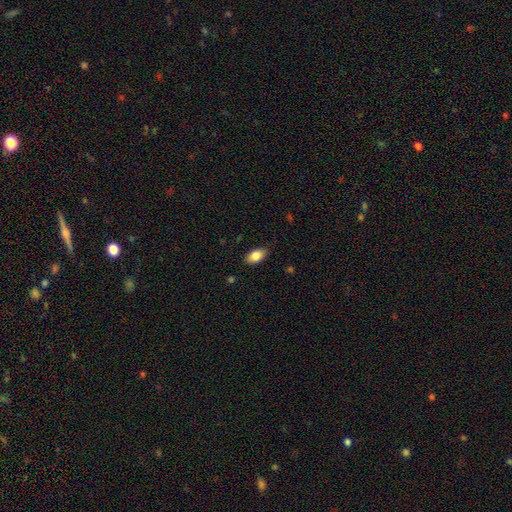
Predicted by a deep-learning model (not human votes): This is clearly a smooth galaxy (83%). How rounded: clearly in between (91%). Merging: clearly none (83%).